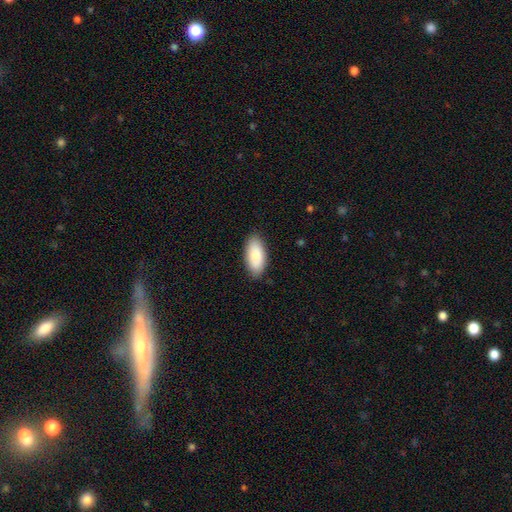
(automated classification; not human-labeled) Q: Smooth or featured?
A: smooth (88%); runner-up: featured or disk (6%)
Q: How rounded?
A: in between (91%); runner-up: cigar-shaped (7%)
Q: Merging?
A: none (87%); runner-up: minor disturbance (10%)